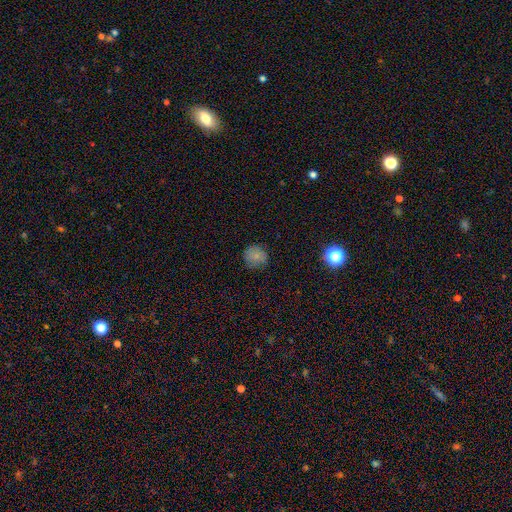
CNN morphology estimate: The model was most divided on "smooth or featured": smooth: 79%, star or artifact: 12%, featured or disk: 9%. More confident: how rounded — round (91%); merging — none (82%).